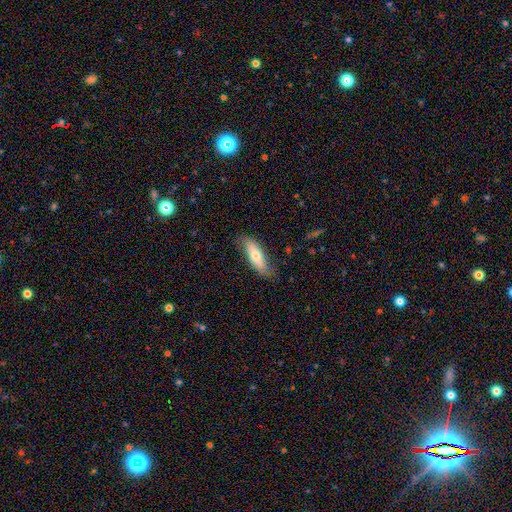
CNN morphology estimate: A smooth galaxy with no disk features (64%) that is in between round and cigar-shaped (58%).

Vote fractions:
- Smooth or featured? smooth: 64% / featured or disk: 30% / star or artifact: 6%
- How rounded? in between: 58% / cigar-shaped: 40% / round: 2%
- Merging? none: 75% / minor disturbance: 20% / major disturbance: 4% / merger: 1%